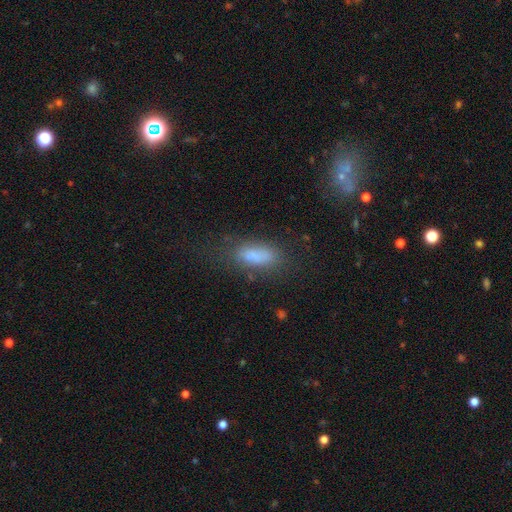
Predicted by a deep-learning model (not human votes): smooth-or-featured: smooth: 75% | featured or disk: 14% | star or artifact: 11%
  how-rounded: in between: 74% | cigar-shaped: 22% | round: 3%
  merging: none: 61% | minor disturbance: 22% | major disturbance: 13% | merger: 4%